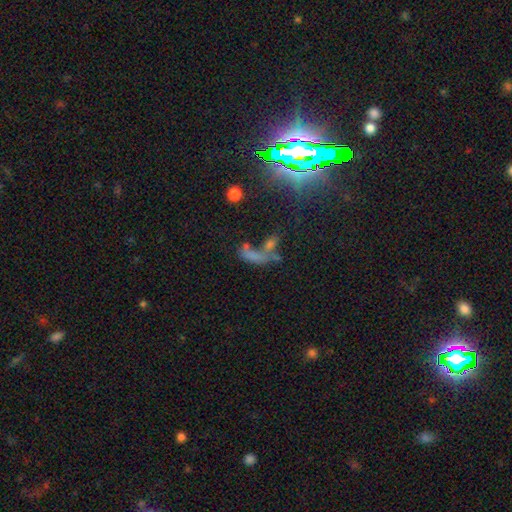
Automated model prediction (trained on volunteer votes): smooth-or-featured: smooth: 43% | star or artifact: 35% | featured or disk: 22%
  merging: merger: 43% | none: 28% | major disturbance: 18% | minor disturbance: 11%